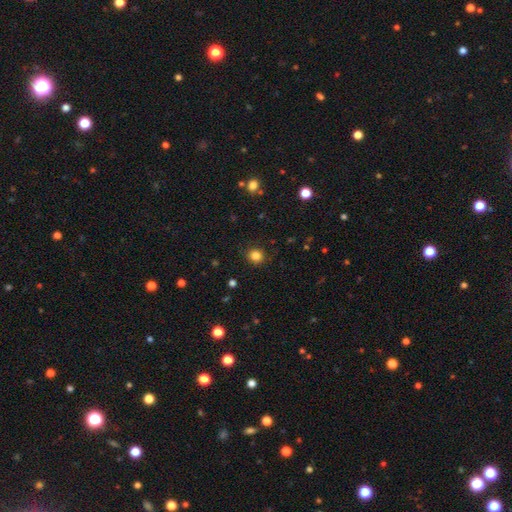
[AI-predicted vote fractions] smooth-or-featured: smooth: 83% | star or artifact: 13% | featured or disk: 4%
  how-rounded: round: 87% | in between: 12% | cigar-shaped: 1%
  merging: none: 90% | minor disturbance: 7% | major disturbance: 2% | merger: 1%